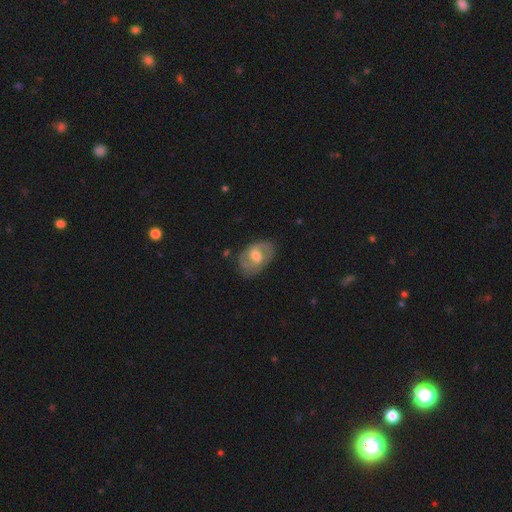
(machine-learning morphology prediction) smooth-or-featured: featured or disk: 69% | smooth: 25% | star or artifact: 6%
  disk-edge-on: no: 96% | yes: 4%
    bar: weak: 50% | no: 37% | strong: 13%
    has-spiral-arms: yes: 81% | no: 19%
      spiral-winding: medium: 47% | tight: 34% | loose: 19%
      spiral-arm-count: 2: 74% | can't tell: 16% | 3: 4% | 1: 3% | 4: 1% | more than 4: 1%
    bulge-size: moderate: 63% | small: 18% | large: 15% | none: 3% | dominant: 1%
  merging: none: 72% | minor disturbance: 20% | major disturbance: 7% | merger: 2%